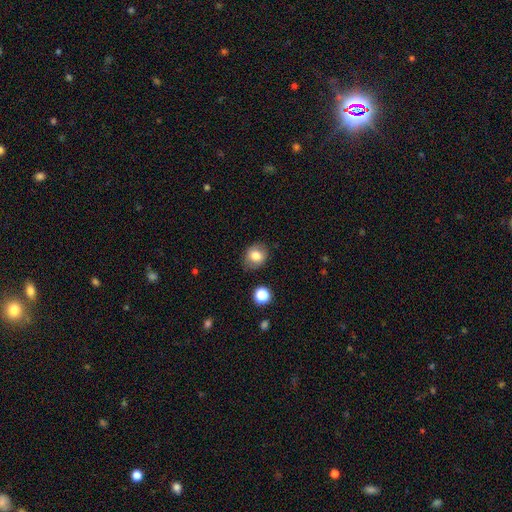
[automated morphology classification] smooth 78%, featured or disk 12%, star or artifact 10%. Down the decision tree: how rounded — round (61%); merging — none (82%).